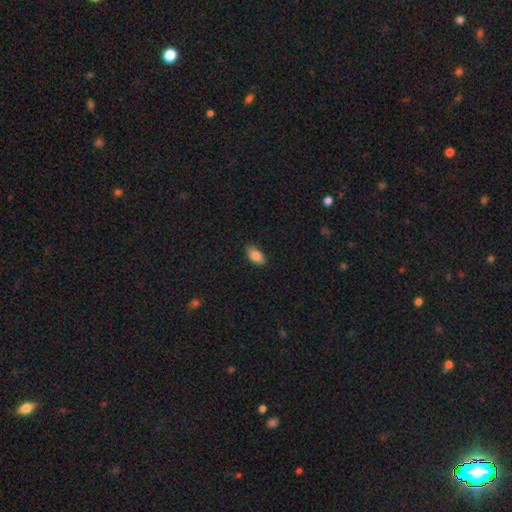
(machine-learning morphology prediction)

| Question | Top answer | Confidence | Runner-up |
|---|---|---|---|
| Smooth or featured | smooth | 86% | featured or disk (7%) |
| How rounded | in between | 91% | cigar-shaped (6%) |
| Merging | none | 85% | minor disturbance (12%) |